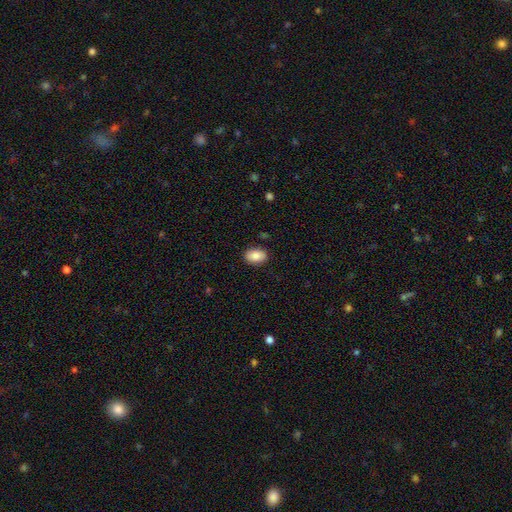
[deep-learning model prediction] smooth-or-featured: smooth: 85% | featured or disk: 8% | star or artifact: 7%
  how-rounded: in between: 84% | round: 15% | cigar-shaped: 1%
  merging: none: 88% | minor disturbance: 9% | major disturbance: 2% | merger: 1%